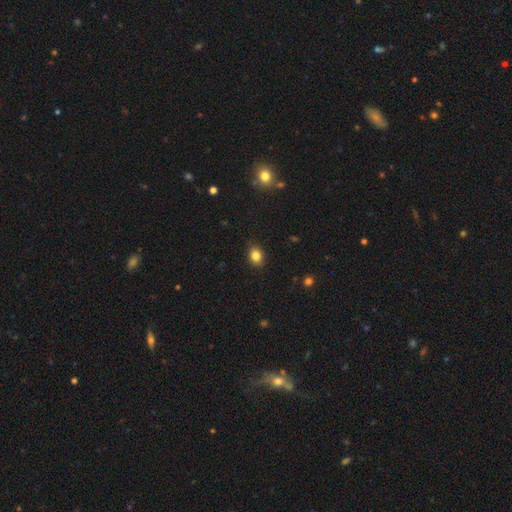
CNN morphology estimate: Overall: smooth (83%). How rounded: in between (61%; round 38%). Merging: none (87%).